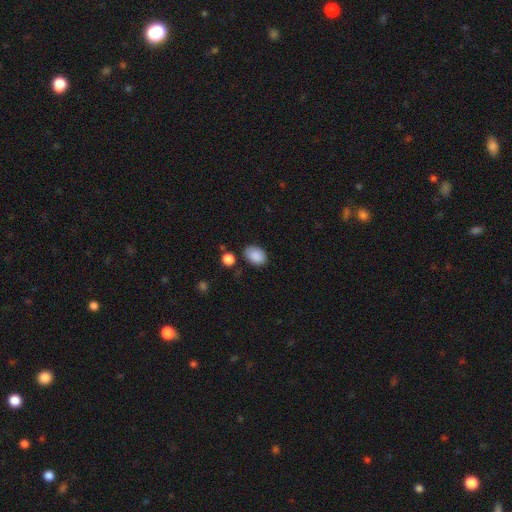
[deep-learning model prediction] This appears to be a smooth galaxy with no disk features (88%) that is in between round and cigar-shaped (83%). Merging: none (79%).